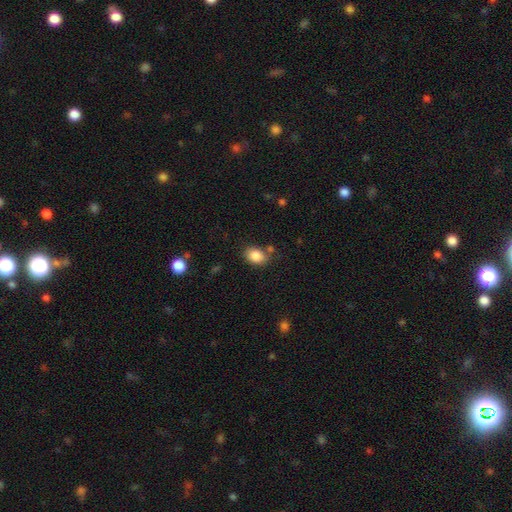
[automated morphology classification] Q: Smooth or featured?
A: smooth (86%); runner-up: star or artifact (9%)
Q: How rounded?
A: in between (73%); runner-up: round (26%)
Q: Merging?
A: none (74%); runner-up: minor disturbance (15%)